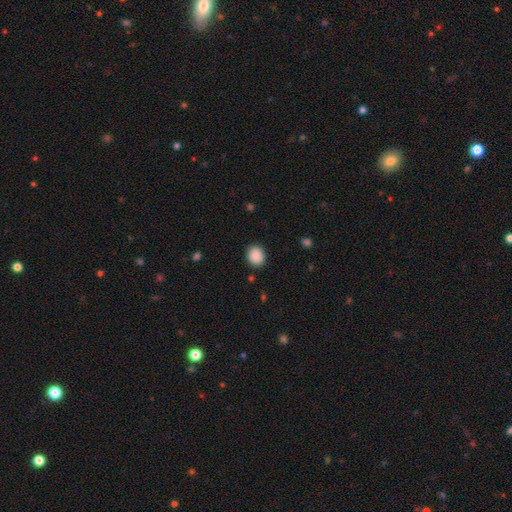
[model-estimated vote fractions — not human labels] Smooth or featured?
  - smooth: 89% *
  - star or artifact: 8%
  - featured or disk: 3%
How rounded?
  - round: 69% *
  - in between: 30%
  - cigar-shaped: 1%
Merging?
  - none: 86% *
  - minor disturbance: 10%
  - major disturbance: 3%
  - merger: 1%